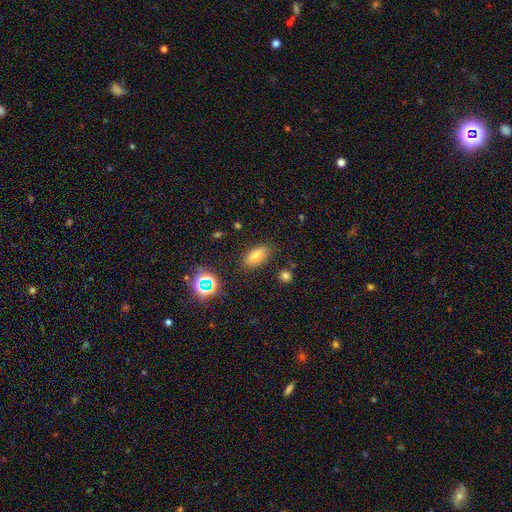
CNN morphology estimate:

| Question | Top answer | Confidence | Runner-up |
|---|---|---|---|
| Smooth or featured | smooth | 70% | star or artifact (16%) |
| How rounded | in between | 77% | cigar-shaped (16%) |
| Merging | none | 81% | minor disturbance (13%) |